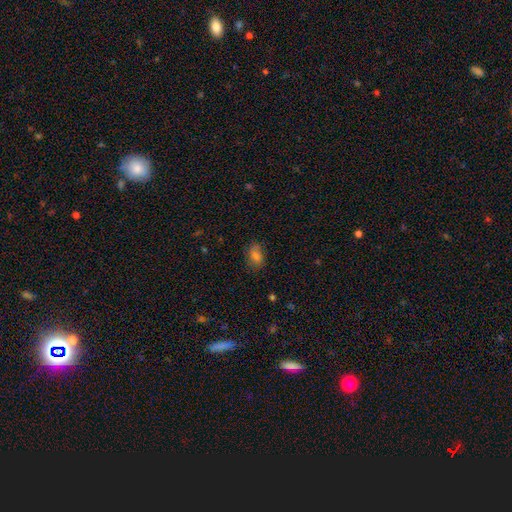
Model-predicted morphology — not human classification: smooth_or_featured: smooth (p=0.70) [alt: star or artifact p=0.16]
how_rounded: in between (p=0.78) [alt: round p=0.20]
merging: none (p=0.77) [alt: minor disturbance p=0.17]